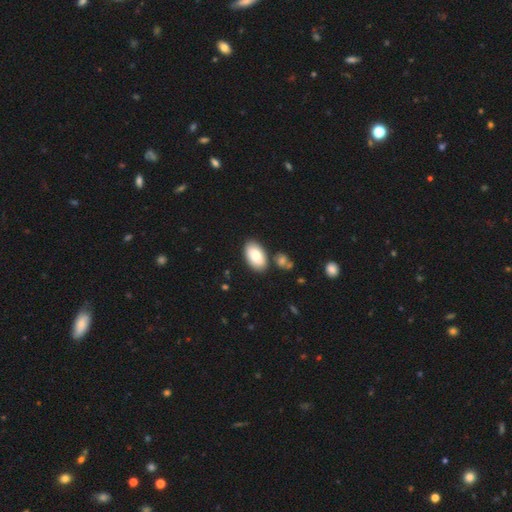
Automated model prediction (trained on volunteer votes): This is clearly a smooth galaxy (82%). How rounded: clearly in between (95%). Merging: clearly none (82%).